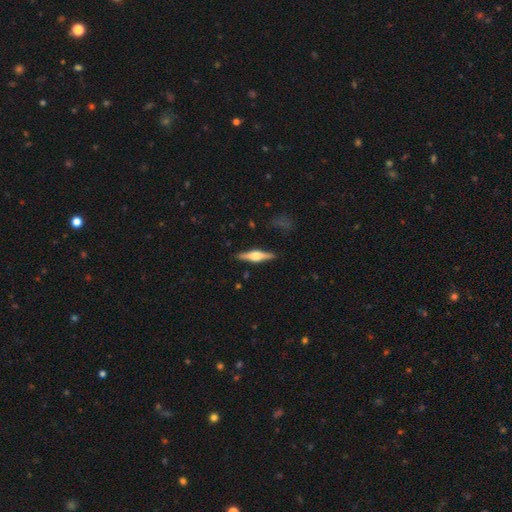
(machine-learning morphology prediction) smooth-or-featured: featured or disk: 70% | smooth: 24% | star or artifact: 6%
  disk-edge-on: yes: 97% | no: 3%
    edge-on-bulge: rounded: 92% | boxy: 6% | none: 2%
  merging: none: 89% | minor disturbance: 8% | major disturbance: 2% | merger: 1%